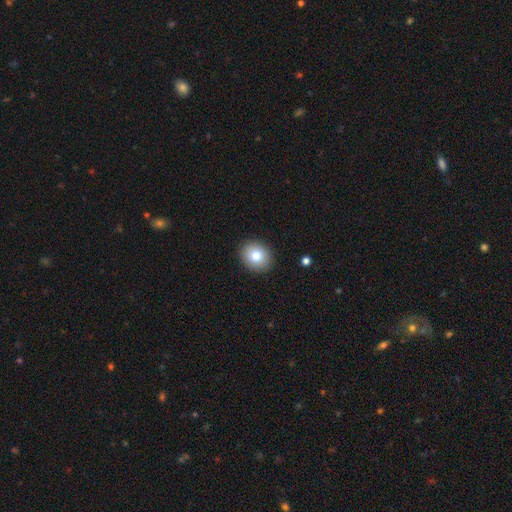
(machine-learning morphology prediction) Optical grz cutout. It shows a smooth galaxy with no disk features (81%) that is round (61%). Merging: none (90%).